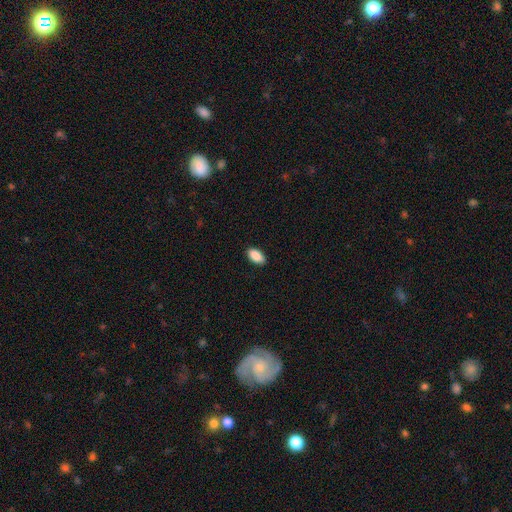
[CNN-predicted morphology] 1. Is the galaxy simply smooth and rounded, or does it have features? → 90% smooth, 7% star or artifact, 4% featured or disk.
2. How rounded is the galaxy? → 93% in between, 4% cigar-shaped, 3% round.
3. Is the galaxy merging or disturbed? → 88% none, 9% minor disturbance, 2% major disturbance, 1% merger.